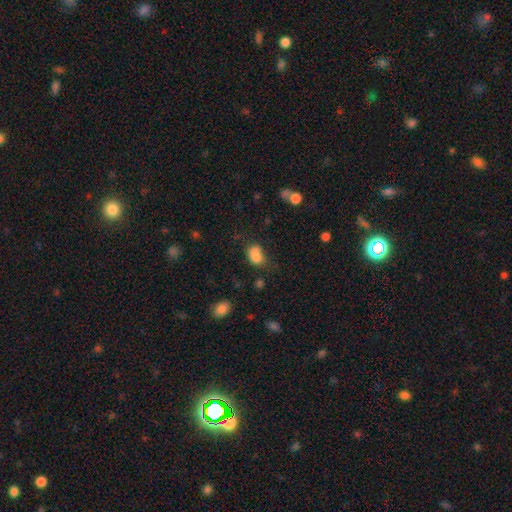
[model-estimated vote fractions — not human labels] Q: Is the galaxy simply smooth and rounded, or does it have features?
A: smooth — 80%.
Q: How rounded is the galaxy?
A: in between — 63%.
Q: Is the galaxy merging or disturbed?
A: none — 43%.